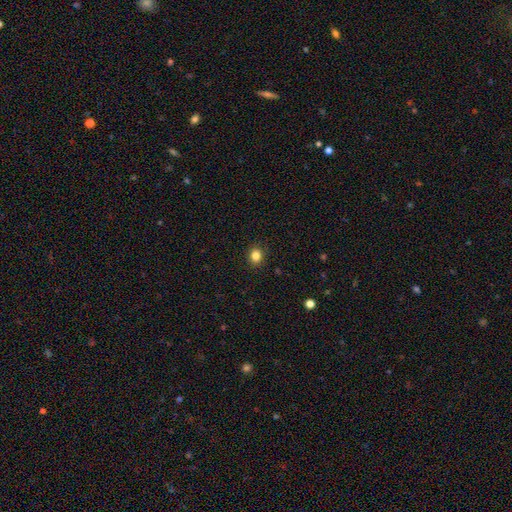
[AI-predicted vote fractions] smooth 84%, star or artifact 12%, featured or disk 5%. Down the decision tree: how rounded — round (67%); merging — none (89%).